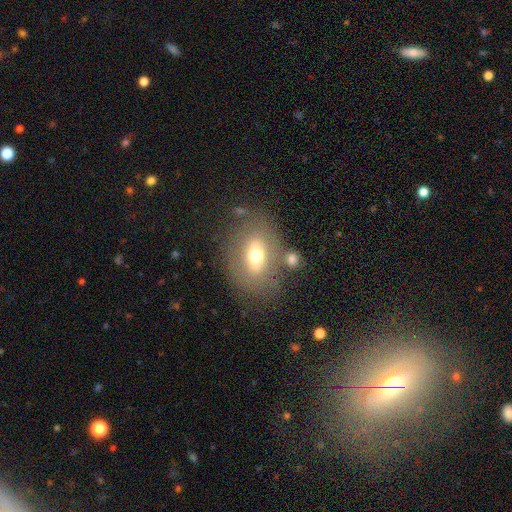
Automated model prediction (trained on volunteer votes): A smooth galaxy with no disk features (57%) that is in between round and cigar-shaped (75%).

Vote fractions:
- Smooth or featured? smooth: 57% / featured or disk: 33% / star or artifact: 10%
- How rounded? in between: 75% / round: 22% / cigar-shaped: 2%
- Merging? none: 67% / minor disturbance: 15% / merger: 10% / major disturbance: 8%